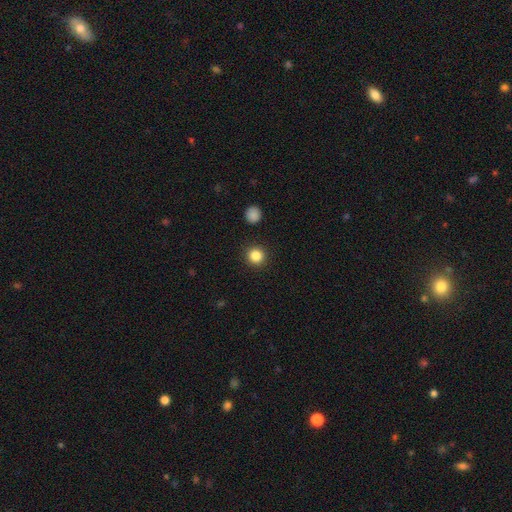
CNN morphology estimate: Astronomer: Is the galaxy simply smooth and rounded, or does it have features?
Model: smooth — 85%.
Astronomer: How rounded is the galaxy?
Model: round — 93%.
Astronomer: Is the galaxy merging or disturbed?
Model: none — 91%.